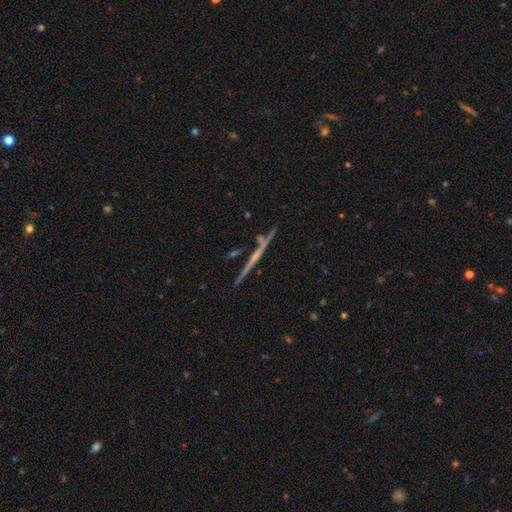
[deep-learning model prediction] A featured or disk galaxy (71%) viewed edge-on (97%) with no central bulge (70%).

Vote fractions:
- Smooth or featured? featured or disk: 71% / smooth: 21% / star or artifact: 8%
- Edge-on disk? yes: 97% / no: 3%
- Edge-on bulge? none: 70% / rounded: 24% / boxy: 6%
- Merging? none: 85% / minor disturbance: 8% / merger: 4% / major disturbance: 2%